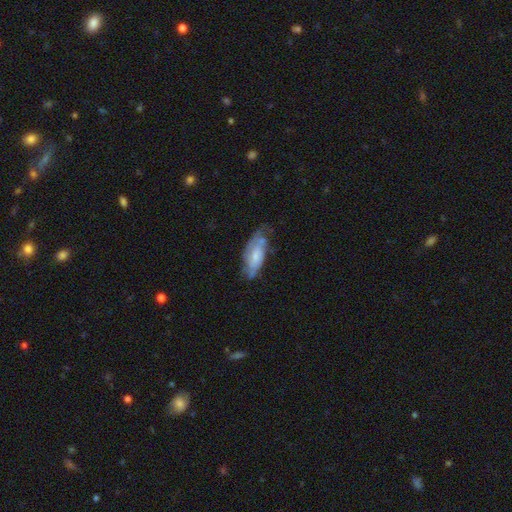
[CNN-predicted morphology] Overall: featured or disk (56%; smooth 37%). Edge-on disk: no (88%). Merging: none (42%; minor disturbance 34%).